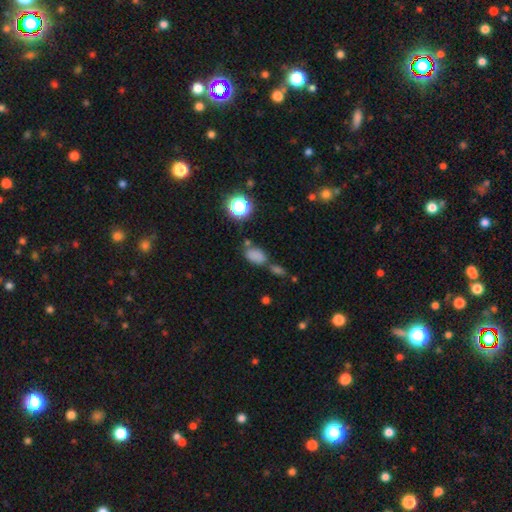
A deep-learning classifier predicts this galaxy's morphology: This is likely a smooth galaxy (76%). How rounded: clearly in between (86%). Merging: possibly none (53%).